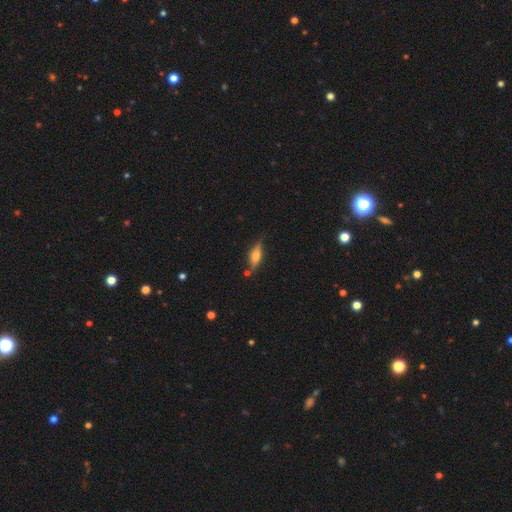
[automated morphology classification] smooth-or-featured: smooth: 50% | featured or disk: 42% | star or artifact: 8%
  merging: none: 72% | minor disturbance: 18% | merger: 5% | major disturbance: 4%